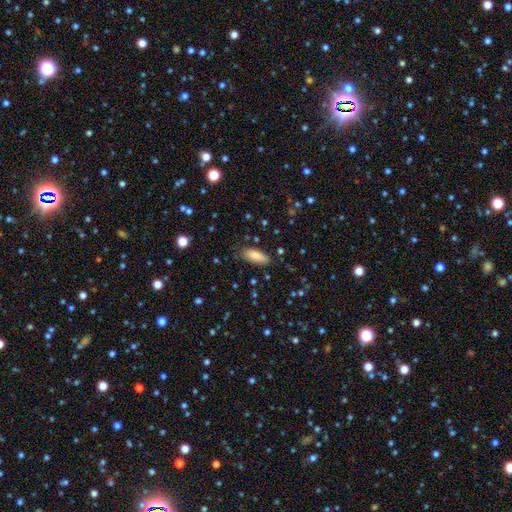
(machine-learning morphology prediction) Smooth or featured?
  - smooth: 83% *
  - featured or disk: 10%
  - star or artifact: 7%
How rounded?
  - in between: 79% *
  - cigar-shaped: 19%
  - round: 2%
Merging?
  - none: 78% *
  - minor disturbance: 17%
  - major disturbance: 4%
  - merger: 2%